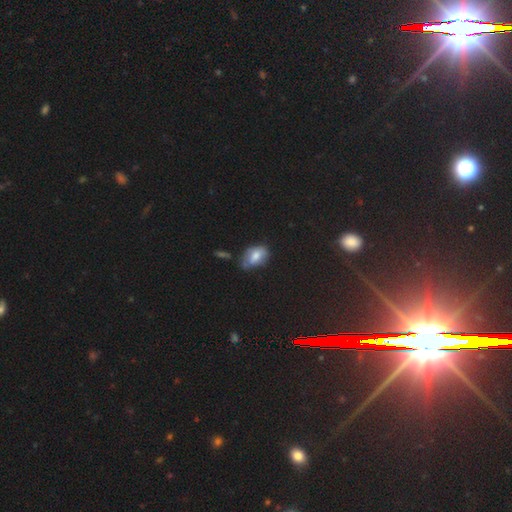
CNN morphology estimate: Q: Smooth or featured?
A: smooth (69%); runner-up: featured or disk (18%)
Q: How rounded?
A: in between (86%); runner-up: round (12%)
Q: Merging?
A: none (44%); runner-up: minor disturbance (37%)